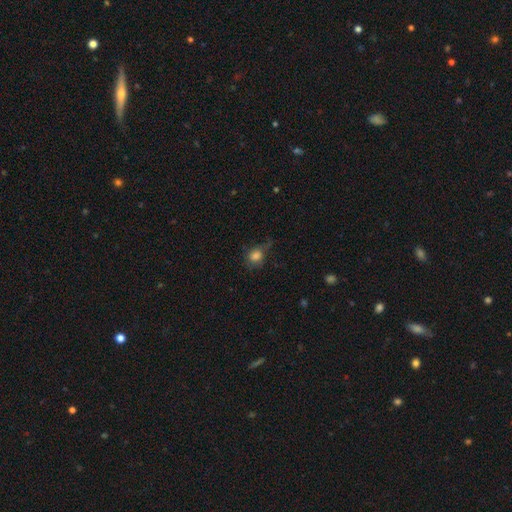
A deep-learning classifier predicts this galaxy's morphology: Smooth or featured? Predicted: smooth (p=0.79). How rounded? Predicted: round (p=0.58). Merging? Predicted: none (p=0.47).